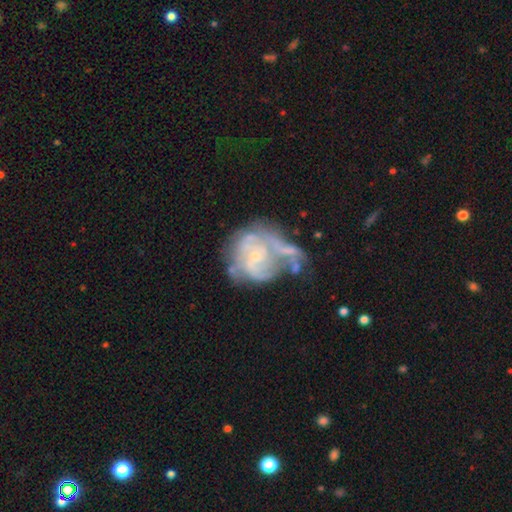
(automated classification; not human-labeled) smooth_or_featured: featured or disk (p=0.79) [alt: smooth p=0.13]
disk_edge_on: no (p=0.98) [alt: yes p=0.02]
bar: no (p=0.74) [alt: weak p=0.22]
has_spiral_arms: yes (p=0.81) [alt: no p=0.19]
spiral_winding: tight (p=0.56) [alt: medium p=0.31]
spiral_arm_count: can't tell (p=0.41) [alt: 2 p=0.25]
bulge_size: small (p=0.75) [alt: moderate p=0.19]
merging: none (p=0.27) [tied with: merger p=0.27]